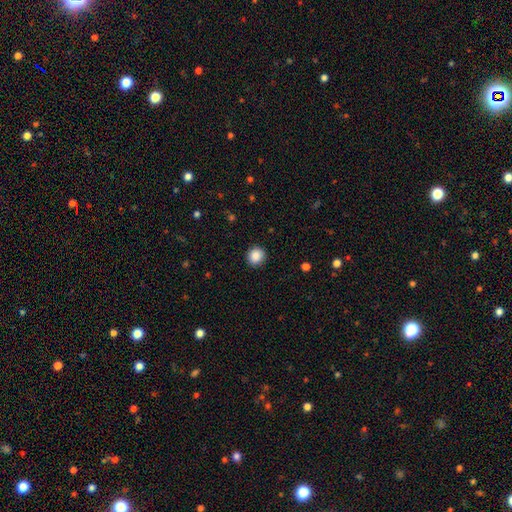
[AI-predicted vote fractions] A smooth galaxy with no disk features (88%) that is round (87%).

Vote fractions:
- Smooth or featured? smooth: 88% / star or artifact: 9% / featured or disk: 3%
- How rounded? round: 87% / in between: 12% / cigar-shaped: 1%
- Merging? none: 90% / minor disturbance: 7% / major disturbance: 2% / merger: 1%